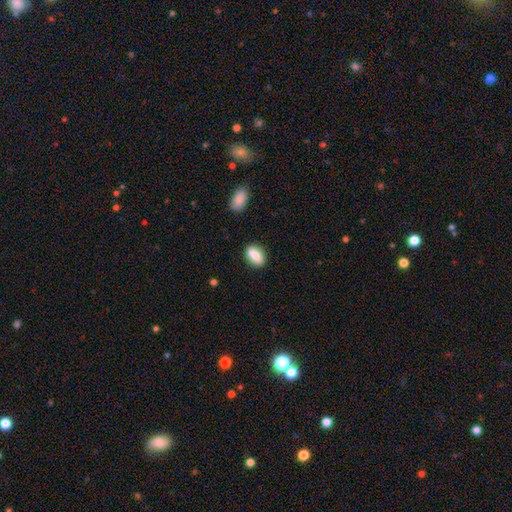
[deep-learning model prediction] A smooth galaxy with no disk features (81%) that is in between round and cigar-shaped (81%).

Vote fractions:
- Smooth or featured? smooth: 81% / featured or disk: 11% / star or artifact: 7%
- How rounded? in between: 81% / round: 13% / cigar-shaped: 7%
- Merging? none: 79% / minor disturbance: 13% / merger: 5% / major disturbance: 3%